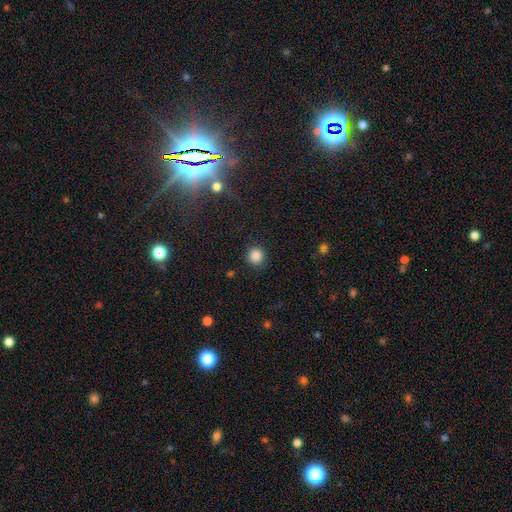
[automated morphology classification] Smooth or featured? Predicted: smooth (p=0.85). How rounded? Predicted: round (p=0.94). Merging? Predicted: none (p=0.89).